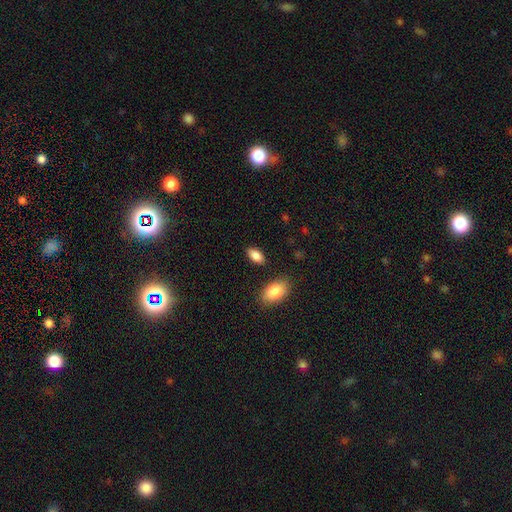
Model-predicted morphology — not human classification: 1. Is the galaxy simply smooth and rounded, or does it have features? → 86% smooth, 7% star or artifact, 7% featured or disk.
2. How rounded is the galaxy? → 92% in between, 4% cigar-shaped, 3% round.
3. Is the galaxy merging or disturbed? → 86% none, 9% minor disturbance, 3% merger, 2% major disturbance.